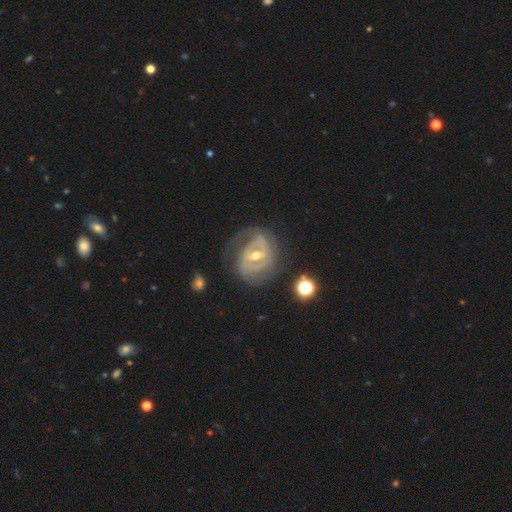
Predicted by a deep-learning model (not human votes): Smooth or featured?
  - featured or disk: 87% *
  - smooth: 8%
  - star or artifact: 6%
Edge-on disk?
  - no: 96% *
  - yes: 4%
Bar?
  - strong: 46% *
  - weak: 40%
  - no: 14%
Spiral arms?
  - yes: 91% *
  - no: 9%
Spiral winding?
  - tight: 55% *
  - medium: 34%
  - loose: 10%
Spiral arm count?
  - 2: 54% *
  - can't tell: 22%
  - 3: 12%
  - 1: 6%
  - 4: 4%
  - more than 4: 3%
Bulge size?
  - moderate: 58% *
  - small: 38%
  - large: 2%
  - none: 1%
  - dominant: 1%
Merging?
  - none: 66% *
  - minor disturbance: 19%
  - major disturbance: 13%
  - merger: 2%